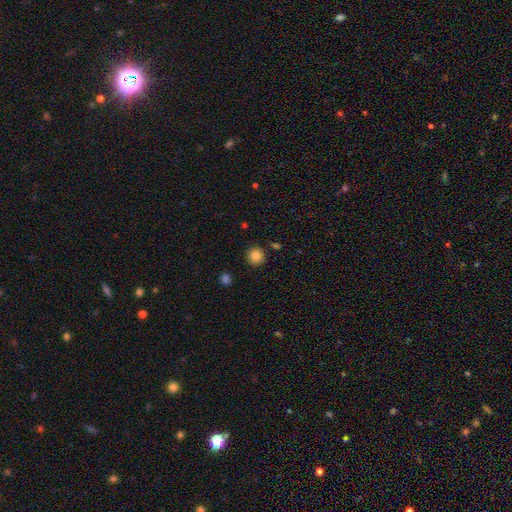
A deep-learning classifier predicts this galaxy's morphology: type=smooth (85%); roundness=round (94%); merging=none (89%).